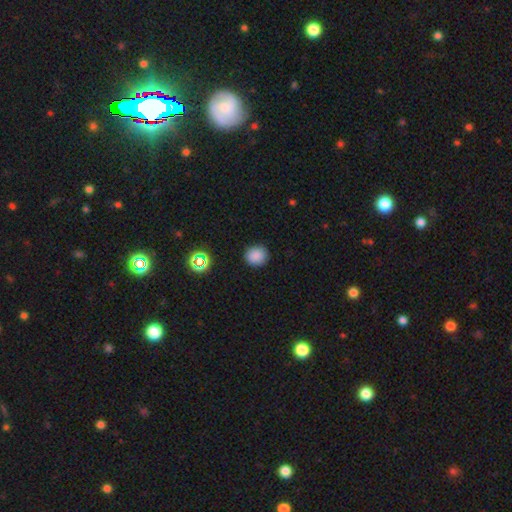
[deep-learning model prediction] The model was most divided on "smooth or featured": smooth: 84%, star or artifact: 12%, featured or disk: 3%. More confident: merging — none (89%); how rounded — round (86%).